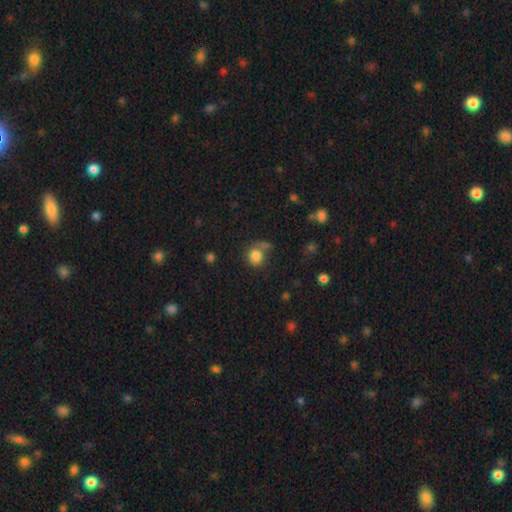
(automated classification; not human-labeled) Smooth or featured: smooth — 82% (star or artifact — 11%)
How rounded: round — 81% (in between — 18%)
Merging: none — 57% (merger — 18%)